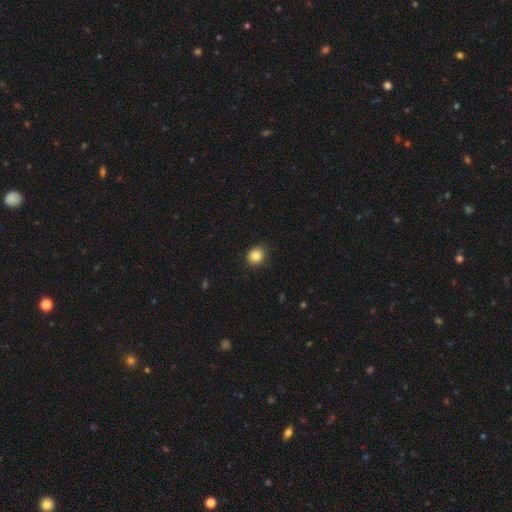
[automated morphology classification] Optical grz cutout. It shows a smooth galaxy with no disk features (85%) that is round (70%). Merging: none (87%).